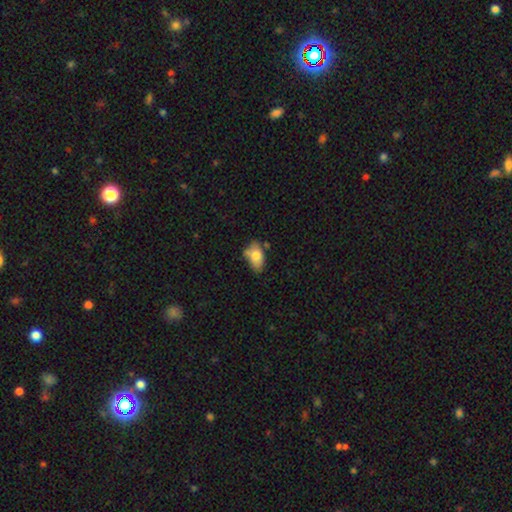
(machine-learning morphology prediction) Smooth or featured? Predicted: smooth (p=0.74). How rounded? Predicted: in between (p=0.89). Merging? Predicted: none (p=0.48).